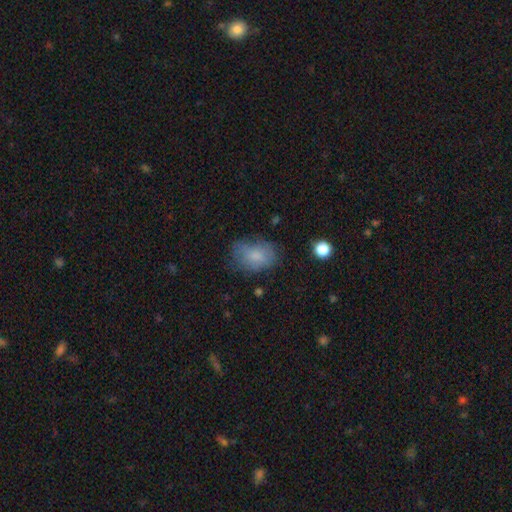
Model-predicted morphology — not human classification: Overall: smooth (78%). How rounded: in between (78%). Merging: none (57%; minor disturbance 29%).